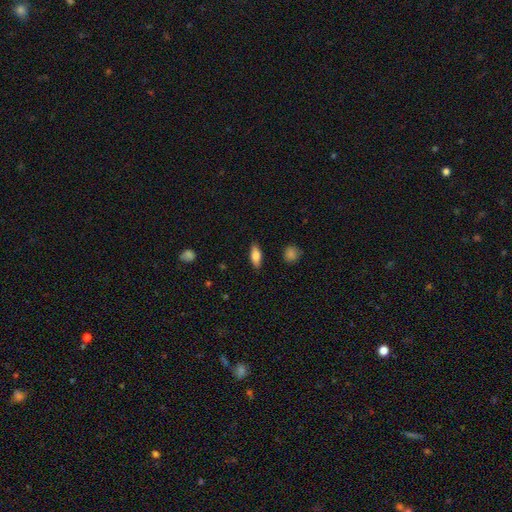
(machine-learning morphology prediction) Smooth or featured: smooth — 77% (featured or disk — 16%)
How rounded: in between — 75% (cigar-shaped — 22%)
Merging: none — 86% (minor disturbance — 10%)